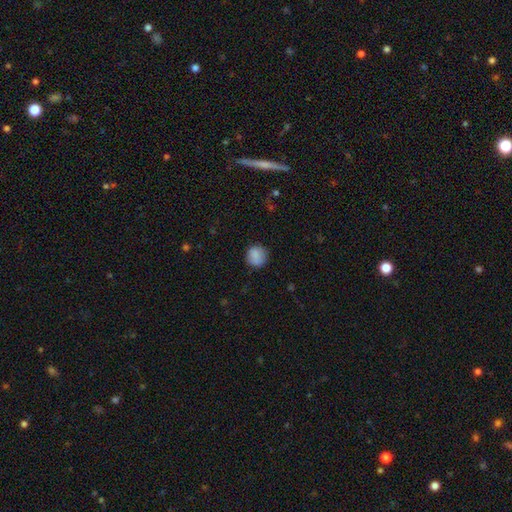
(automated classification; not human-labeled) A smooth galaxy with no disk features (85%) that is round (89%). Merging: none (82%).